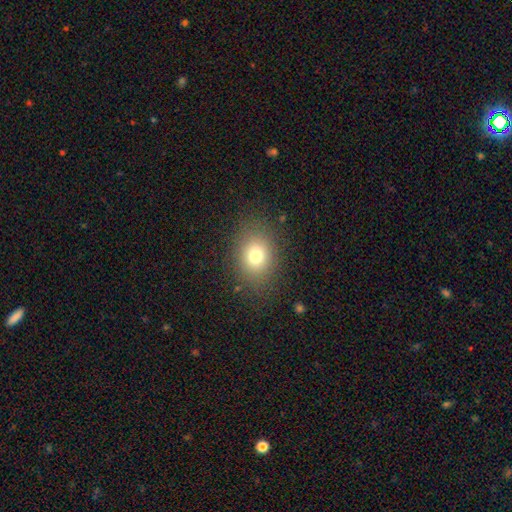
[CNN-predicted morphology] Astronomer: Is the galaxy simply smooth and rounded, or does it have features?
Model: smooth — 75%.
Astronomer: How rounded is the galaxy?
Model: round — 51% (runner-up: in between, 48%).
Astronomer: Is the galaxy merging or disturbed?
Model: none — 84%.